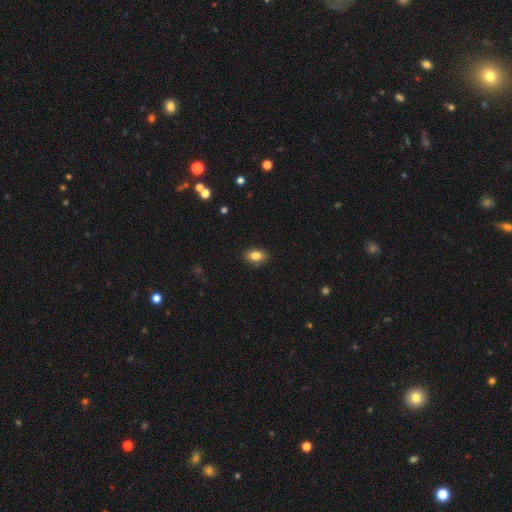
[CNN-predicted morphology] This is clearly a smooth galaxy (84%). How rounded: clearly in between (85%). Merging: clearly none (86%).